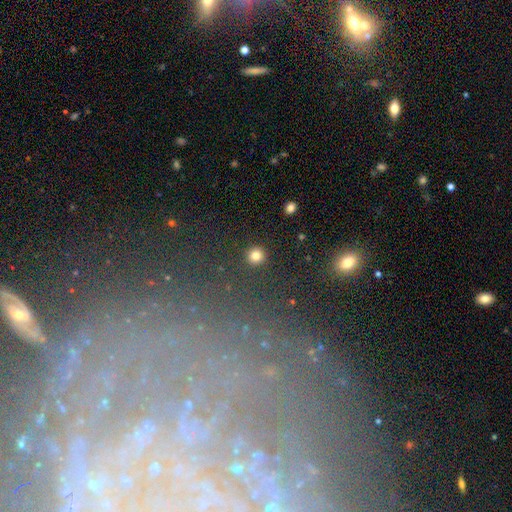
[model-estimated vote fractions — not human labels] This appears to be a smooth galaxy with no disk features (82%) that is round (95%). Merging: none (91%).